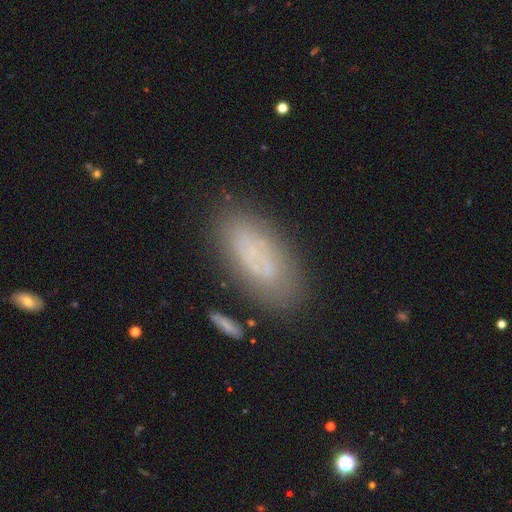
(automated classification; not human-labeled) This is likely a smooth galaxy (61%). How rounded: clearly in between (88%). Merging: likely none (72%).